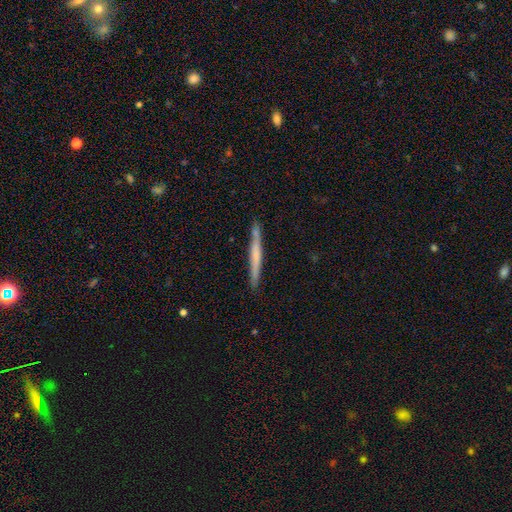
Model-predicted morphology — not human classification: A smooth galaxy with no disk features (50%) that is cigar-shaped (97%).

Vote fractions:
- Smooth or featured? smooth: 50% / featured or disk: 44% / star or artifact: 5%
- How rounded? cigar-shaped: 97% / in between: 2% / round: 1%
- Merging? none: 85% / minor disturbance: 11% / merger: 3% / major disturbance: 2%